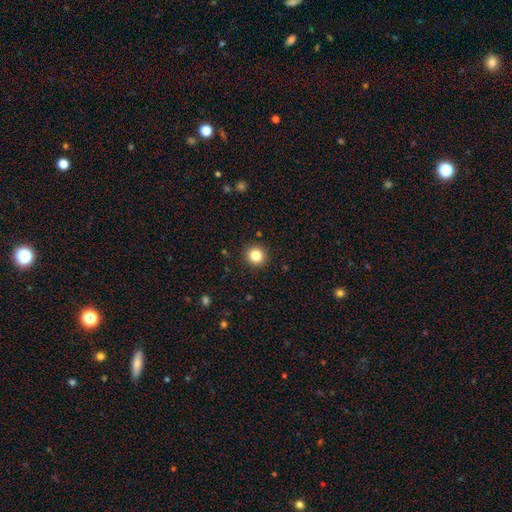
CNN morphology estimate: smooth_or_featured: smooth (p=0.83) [alt: star or artifact p=0.11]
how_rounded: round (p=0.94) [alt: in between p=0.05]
merging: none (p=0.93) [alt: minor disturbance p=0.05]